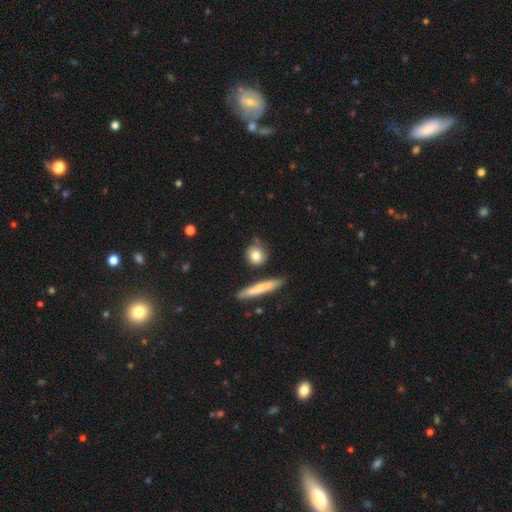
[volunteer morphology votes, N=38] smooth_or_featured: smooth (p=0.82) [alt: featured or disk p=0.11]
how_rounded: round (p=0.65) [alt: cigar-shaped p=0.26]
merging: none (p=0.86) [alt: minor disturbance p=0.09]